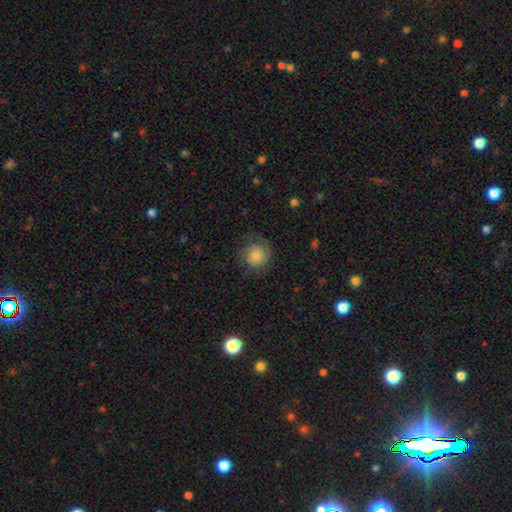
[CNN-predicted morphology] smooth-or-featured: smooth: 50% | featured or disk: 40% | star or artifact: 10%
  how-rounded: round: 90% | in between: 9% | cigar-shaped: 1%
  merging: none: 71% | minor disturbance: 18% | major disturbance: 11% | merger: 1%